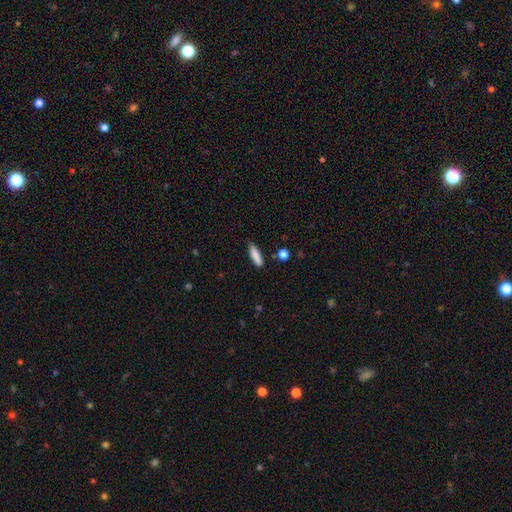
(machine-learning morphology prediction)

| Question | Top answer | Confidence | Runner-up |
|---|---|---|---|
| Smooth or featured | smooth | 85% | featured or disk (8%) |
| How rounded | cigar-shaped | 70% | in between (29%) |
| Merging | none | 82% | minor disturbance (12%) |